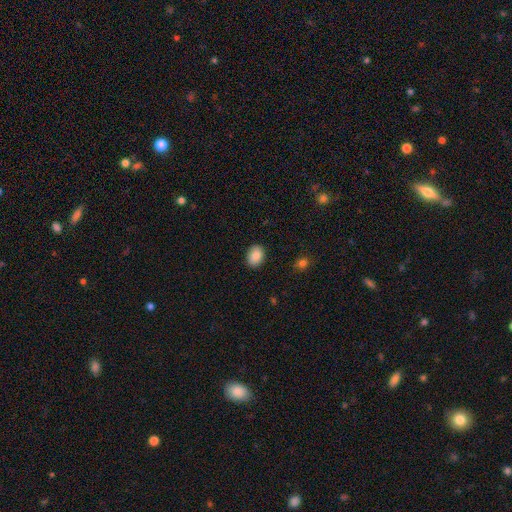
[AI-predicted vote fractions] Smooth or featured? smooth (89%)
How rounded? in between (73%)
Merging? none (88%)